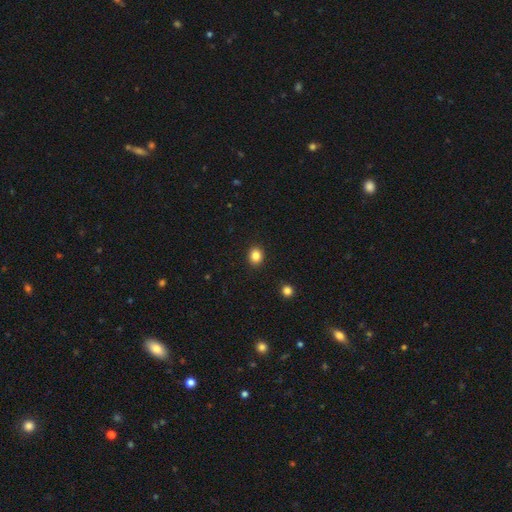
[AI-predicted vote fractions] Morphology: type=smooth (85%); roundness=round (63%); merging=none (91%).